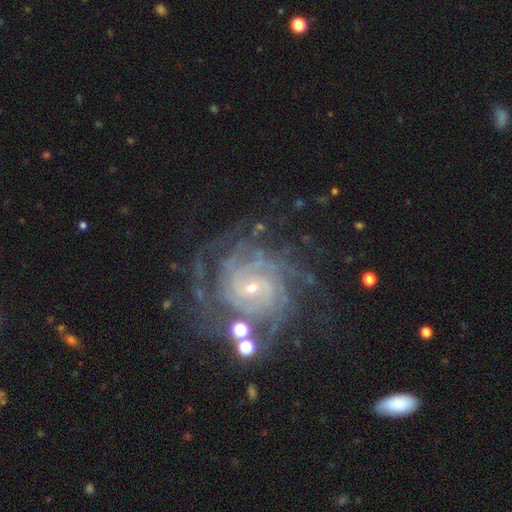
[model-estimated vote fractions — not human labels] A featured or disk galaxy (86%) with no bar (60%), tight (75%) spiral arms (97%) and a small central bulge (77%). Merging: none (71%).